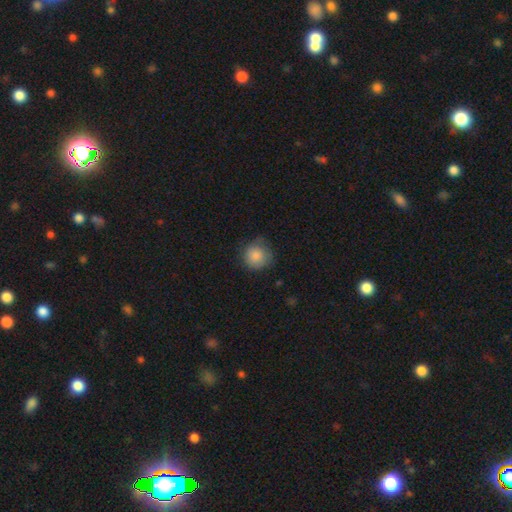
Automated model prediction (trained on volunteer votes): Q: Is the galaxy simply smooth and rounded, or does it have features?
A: smooth — 84%.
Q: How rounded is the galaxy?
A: round — 92%.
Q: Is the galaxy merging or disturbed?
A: none — 68%.